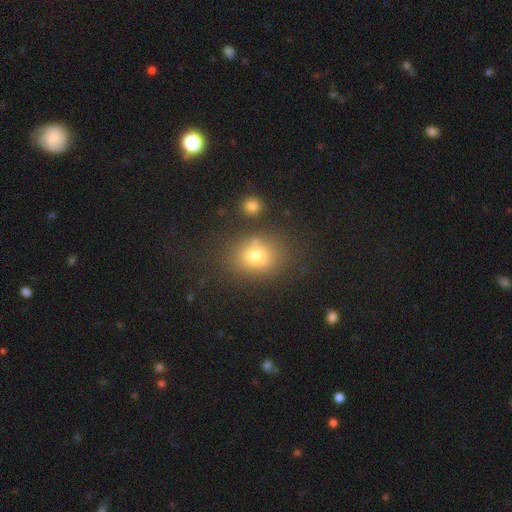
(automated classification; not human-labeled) Smooth or featured: smooth — 71% (star or artifact — 15%)
How rounded: round — 51% (in between — 48%)
Merging: none — 70% (minor disturbance — 13%)